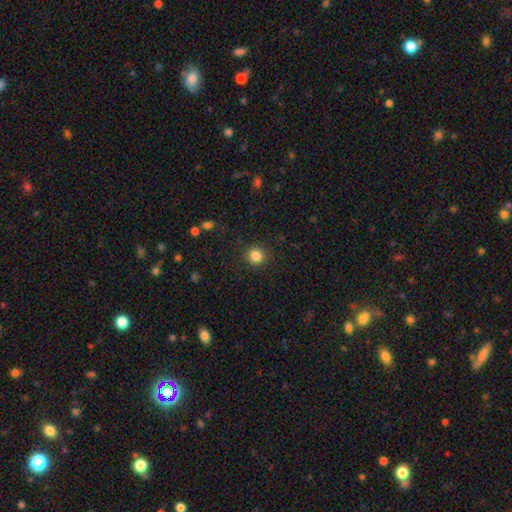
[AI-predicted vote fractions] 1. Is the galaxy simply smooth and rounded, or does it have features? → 84% smooth, 12% star or artifact, 5% featured or disk.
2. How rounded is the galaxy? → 92% round, 7% in between, 1% cigar-shaped.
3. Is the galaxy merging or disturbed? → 89% none, 7% minor disturbance, 3% major disturbance, 1% merger.